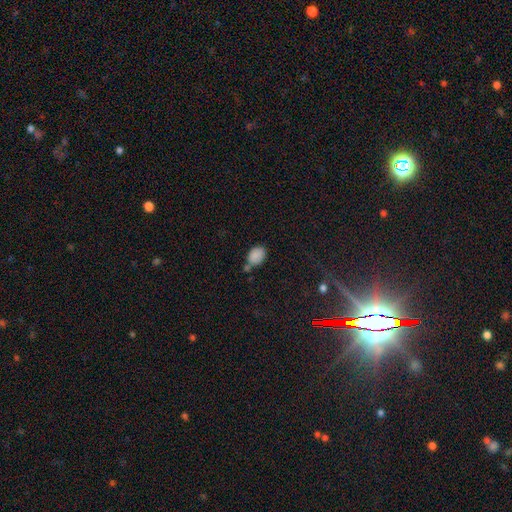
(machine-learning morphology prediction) A smooth galaxy with no disk features (86%) that is in between round and cigar-shaped (77%). Merging: none (57%).